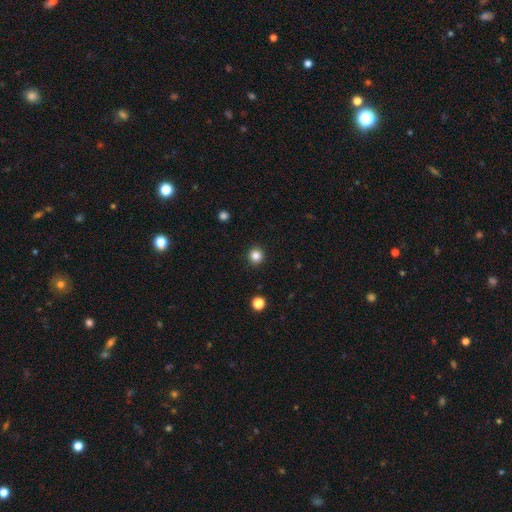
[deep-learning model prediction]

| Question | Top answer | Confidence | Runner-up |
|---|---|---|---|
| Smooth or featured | smooth | 84% | star or artifact (12%) |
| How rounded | round | 95% | in between (4%) |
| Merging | none | 93% | minor disturbance (5%) |